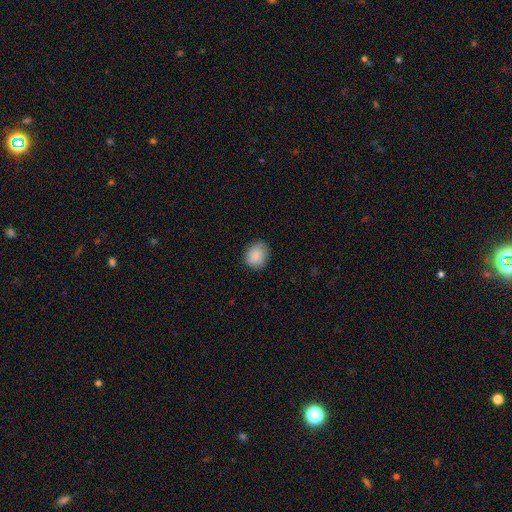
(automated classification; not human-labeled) Smooth or featured?
  - smooth: 86% *
  - star or artifact: 7%
  - featured or disk: 7%
How rounded?
  - round: 64% *
  - in between: 35%
  - cigar-shaped: 1%
Merging?
  - none: 82% *
  - minor disturbance: 14%
  - major disturbance: 3%
  - merger: 1%